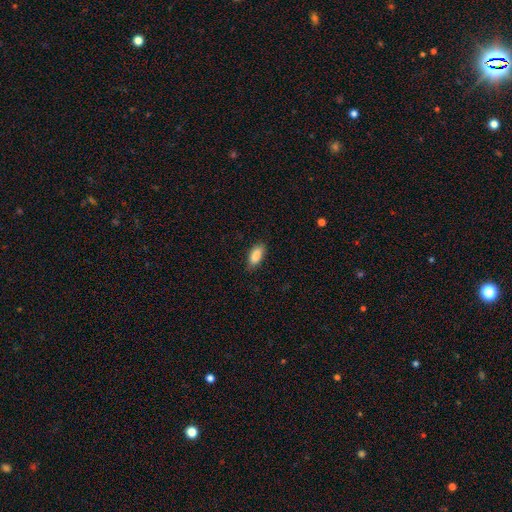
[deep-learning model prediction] This is clearly a smooth galaxy (88%). How rounded: clearly in between (86%). Merging: clearly none (83%).